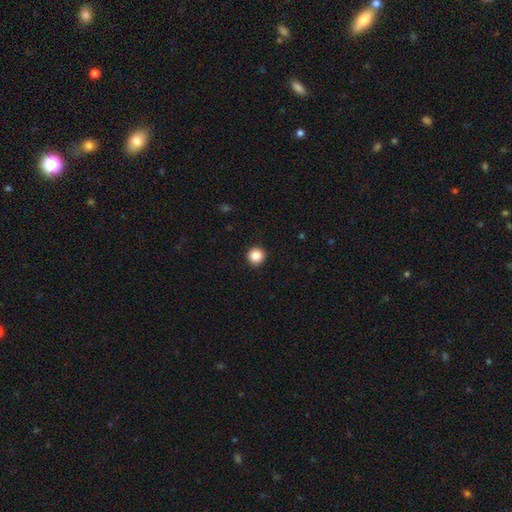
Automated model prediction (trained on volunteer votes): smooth-or-featured: smooth: 88% | star or artifact: 10% | featured or disk: 2%
  how-rounded: round: 95% | in between: 4% | cigar-shaped: 1%
  merging: none: 92% | minor disturbance: 5% | major disturbance: 2% | merger: 1%